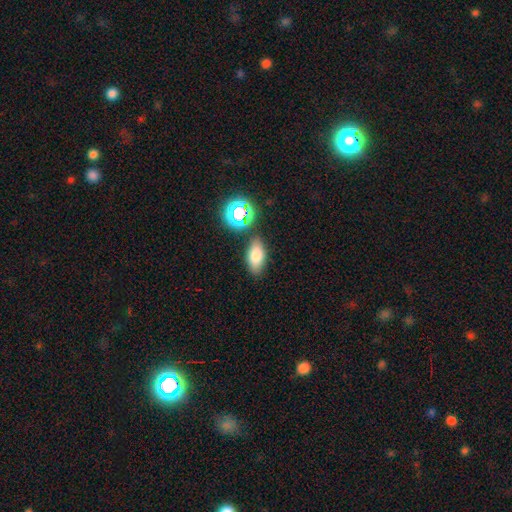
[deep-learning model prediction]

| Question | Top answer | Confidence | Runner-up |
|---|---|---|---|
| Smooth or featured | smooth | 75% | star or artifact (13%) |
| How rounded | in between | 86% | round (7%) |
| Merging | none | 80% | minor disturbance (12%) |